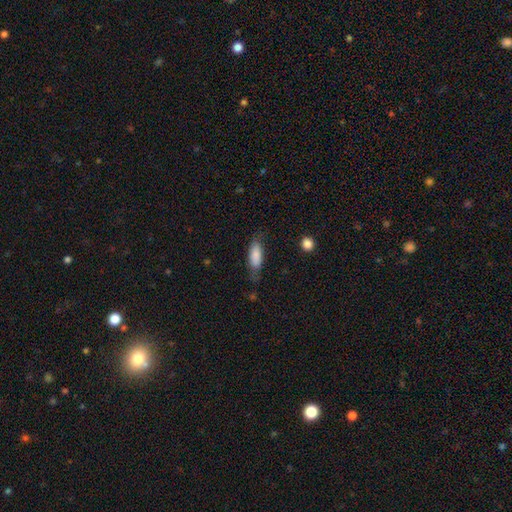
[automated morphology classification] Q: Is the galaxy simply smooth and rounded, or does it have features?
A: smooth — 81%.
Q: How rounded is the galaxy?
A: in between — 70%.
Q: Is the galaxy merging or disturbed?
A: none — 65%.